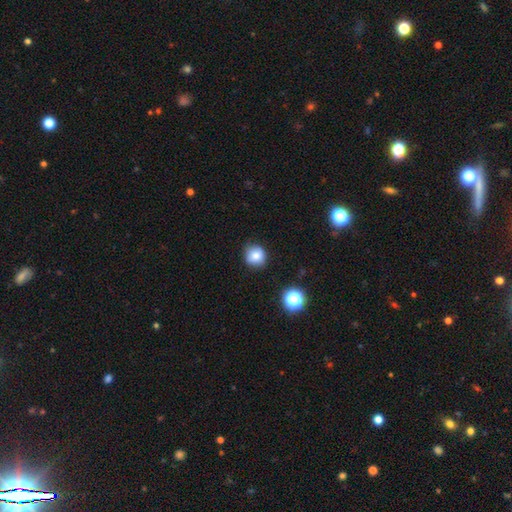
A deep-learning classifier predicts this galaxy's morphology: This appears to be a smooth galaxy with no disk features (80%) that is round (88%). Merging: none (83%).